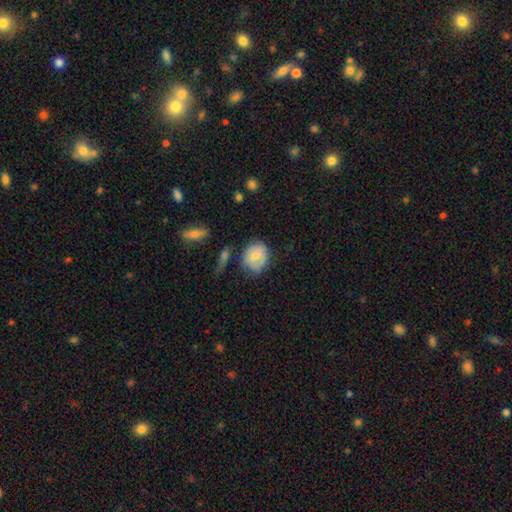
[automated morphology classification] smooth-or-featured: smooth: 60% | featured or disk: 32% | star or artifact: 8%
  how-rounded: round: 64% | in between: 35% | cigar-shaped: 1%
  merging: none: 51% | minor disturbance: 28% | major disturbance: 11% | merger: 10%